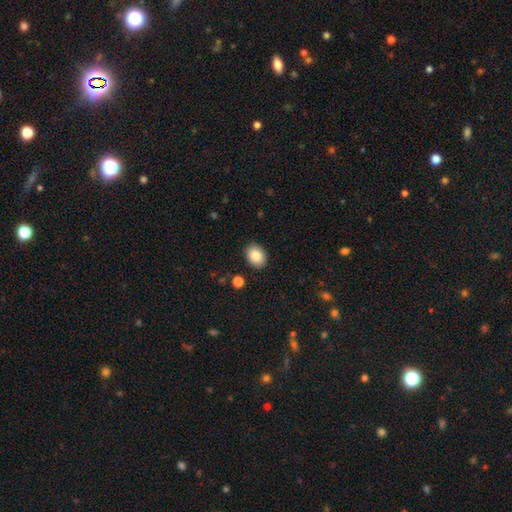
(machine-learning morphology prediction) smooth 84%, star or artifact 8%, featured or disk 8%. Down the decision tree: how rounded — in between (66%); merging — none (89%).